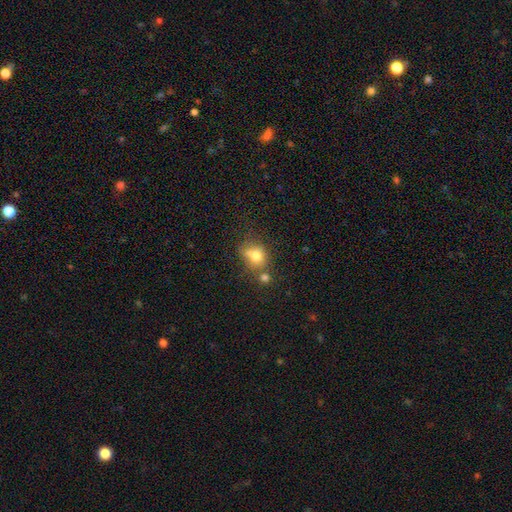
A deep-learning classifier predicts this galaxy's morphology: A smooth galaxy with no disk features (73%) that is round (72%).

Vote fractions:
- Smooth or featured? smooth: 73% / featured or disk: 14% / star or artifact: 13%
- How rounded? round: 72% / in between: 27% / cigar-shaped: 1%
- Merging? none: 47% / merger: 33% / minor disturbance: 14% / major disturbance: 6%